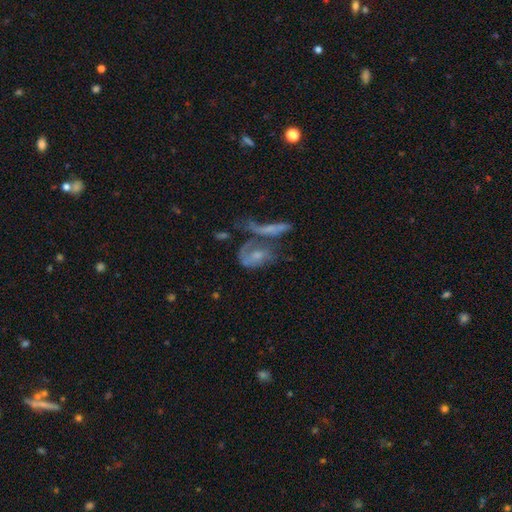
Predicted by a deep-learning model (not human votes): Overall: featured or disk (48%; smooth 40%). Merging: merger (44%; none 23%).